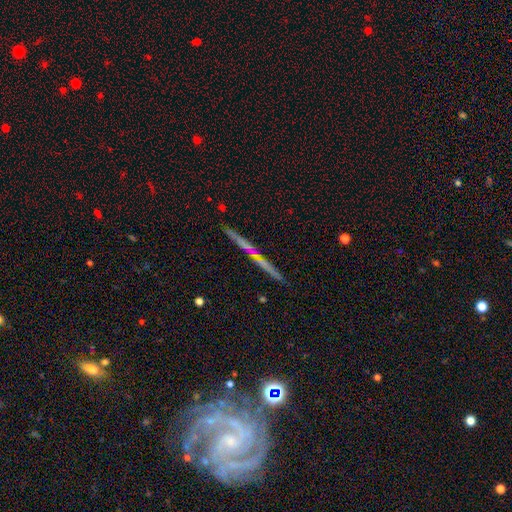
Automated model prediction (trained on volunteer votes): smooth-or-featured: featured or disk: 72% | smooth: 15% | star or artifact: 13%
  disk-edge-on: yes: 69% | no: 31%
  merging: none: 77% | minor disturbance: 13% | major disturbance: 5% | merger: 5%